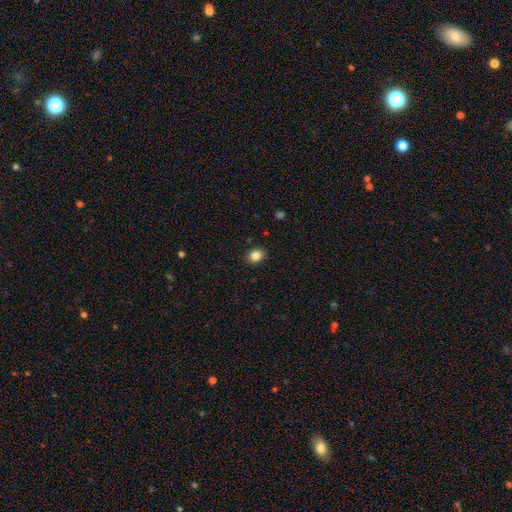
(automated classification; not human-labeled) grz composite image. It shows a smooth galaxy with no disk features (85%) that is in between round and cigar-shaped (50%). Merging: none (89%).